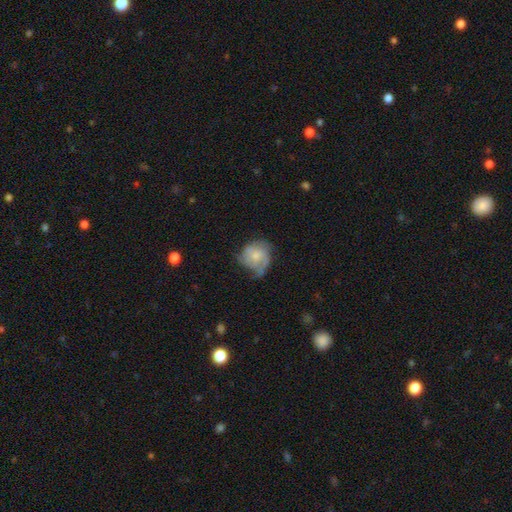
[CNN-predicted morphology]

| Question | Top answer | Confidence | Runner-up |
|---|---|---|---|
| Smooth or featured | featured or disk | 47% | smooth (45%) |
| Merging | none | 40% | minor disturbance (34%) |